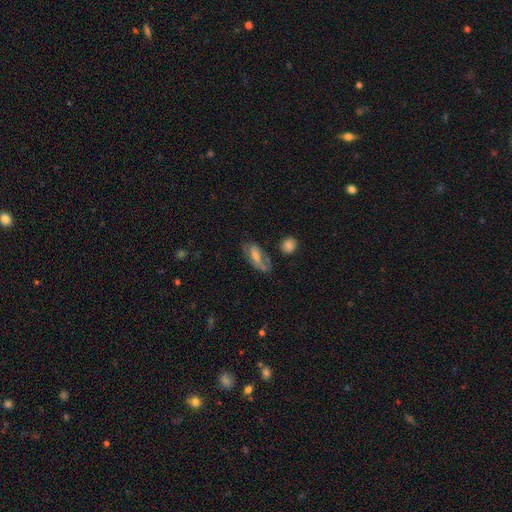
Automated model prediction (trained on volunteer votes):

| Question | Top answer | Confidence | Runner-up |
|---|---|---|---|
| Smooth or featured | smooth | 47% | featured or disk (45%) |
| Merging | none | 53% | minor disturbance (26%) |